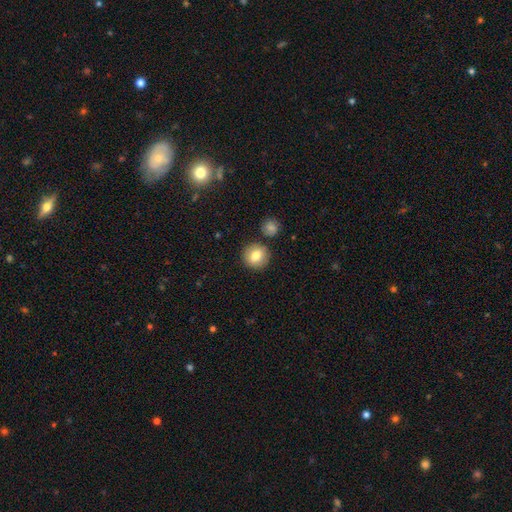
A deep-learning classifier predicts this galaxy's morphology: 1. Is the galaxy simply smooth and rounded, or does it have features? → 80% smooth, 11% featured or disk, 9% star or artifact.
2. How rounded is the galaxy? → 91% round, 8% in between, 1% cigar-shaped.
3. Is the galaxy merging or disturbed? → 86% none, 7% minor disturbance, 5% merger, 2% major disturbance.